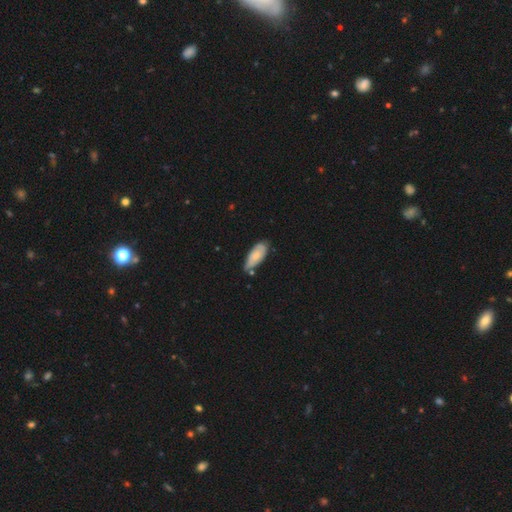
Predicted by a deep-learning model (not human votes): Morphology: type=smooth (69%); roundness=in between (81%); merging=none (56%).